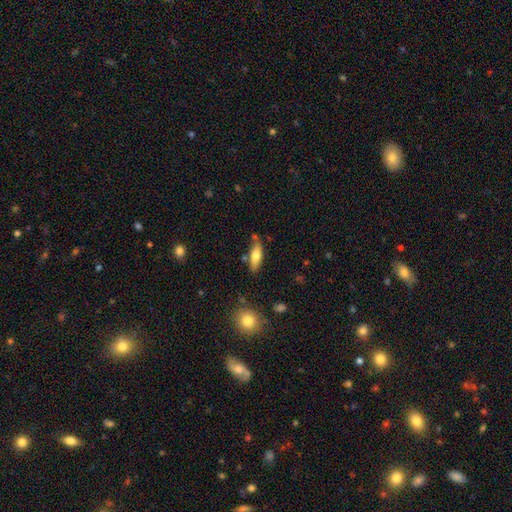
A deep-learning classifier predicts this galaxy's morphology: type=smooth (67%); roundness=in between (59%); merging=none (73%).